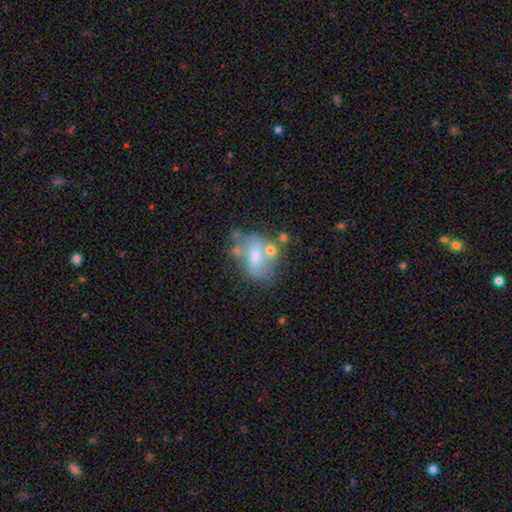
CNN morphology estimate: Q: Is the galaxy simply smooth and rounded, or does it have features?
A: smooth — 47%.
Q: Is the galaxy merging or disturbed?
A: none — 41%.